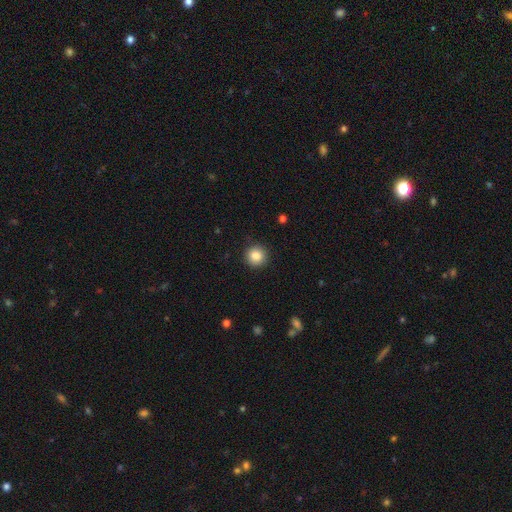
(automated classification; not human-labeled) Smooth or featured? Predicted: smooth (p=0.86). How rounded? Predicted: round (p=0.94). Merging? Predicted: none (p=0.90).